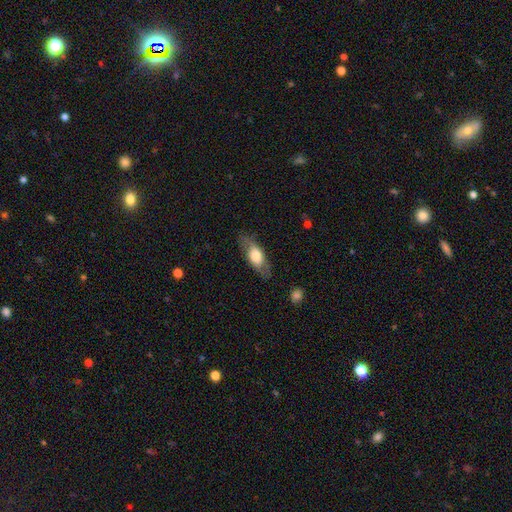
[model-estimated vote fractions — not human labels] This is possibly a smooth galaxy (57%). How rounded: likely in between (73%). Merging: likely none (77%).